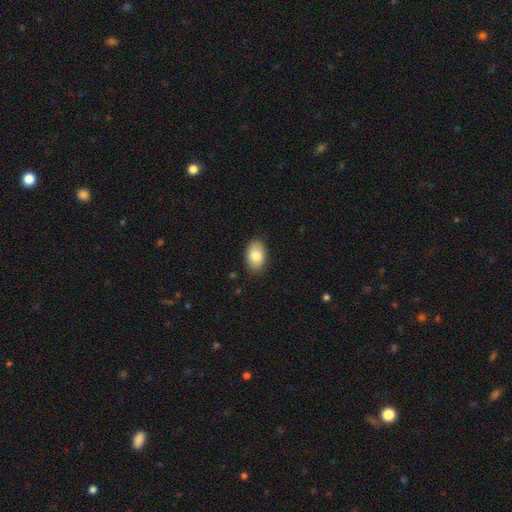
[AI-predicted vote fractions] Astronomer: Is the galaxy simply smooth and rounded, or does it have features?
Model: smooth — 85%.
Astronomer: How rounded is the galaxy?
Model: in between — 90%.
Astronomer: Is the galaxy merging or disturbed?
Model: none — 85%.